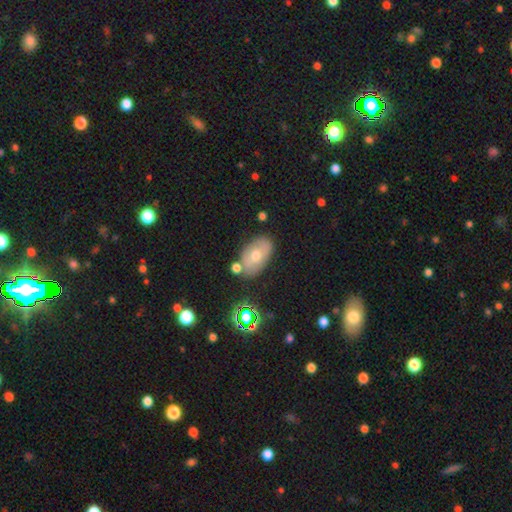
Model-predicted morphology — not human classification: Overall: smooth (58%; featured or disk 30%). How rounded: in between (88%). Merging: none (72%).